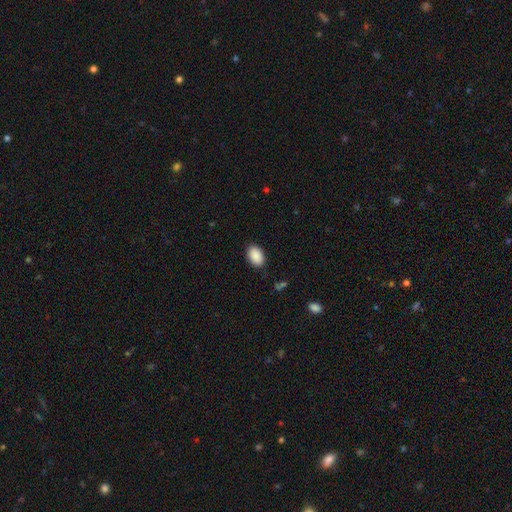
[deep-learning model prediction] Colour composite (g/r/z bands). It shows a smooth galaxy with no disk features (90%) that is in between round and cigar-shaped (90%). Merging: none (88%).